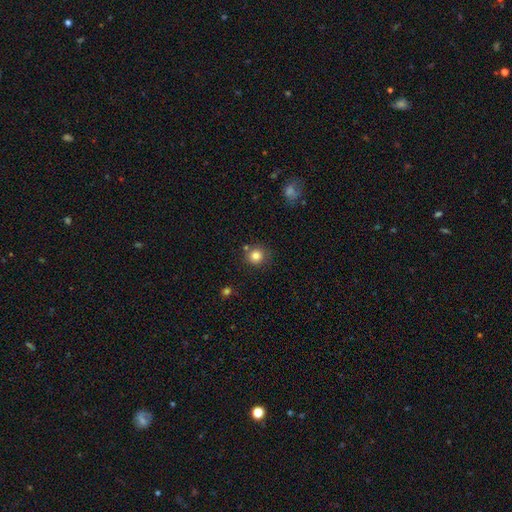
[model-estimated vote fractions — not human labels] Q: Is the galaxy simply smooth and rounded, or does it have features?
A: smooth — 83%.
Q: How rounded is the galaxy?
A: round — 89%.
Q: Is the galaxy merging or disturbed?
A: none — 78%.